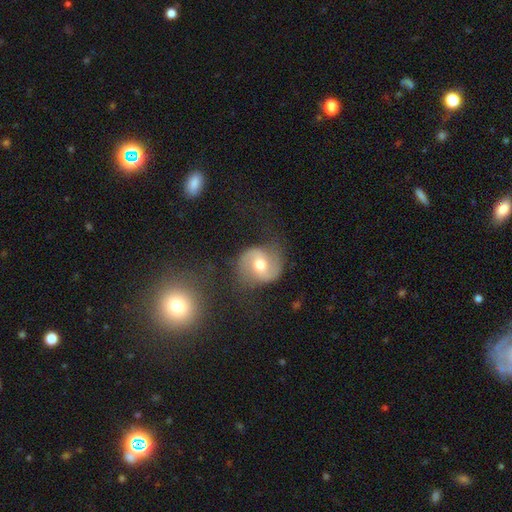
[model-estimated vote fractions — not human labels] A featured or disk galaxy (58%) with no bar (57%), spiral arms (82%) and a moderate central bulge (60%). Merging: none (56%).